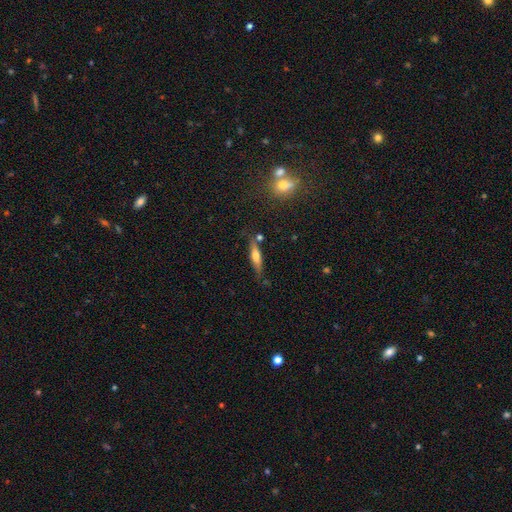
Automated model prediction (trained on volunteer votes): smooth-or-featured: smooth: 49% | featured or disk: 42% | star or artifact: 8%
  merging: none: 74% | minor disturbance: 16% | merger: 6% | major disturbance: 4%